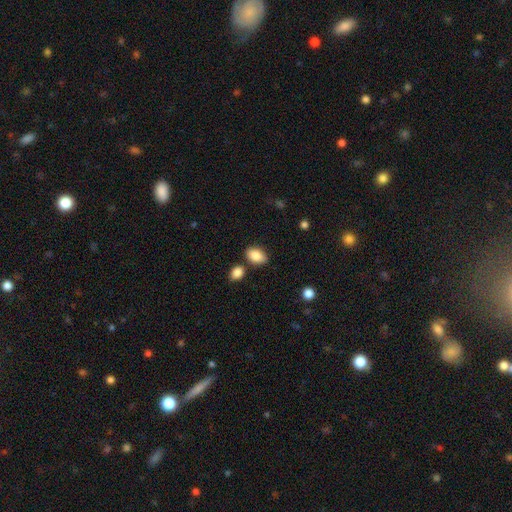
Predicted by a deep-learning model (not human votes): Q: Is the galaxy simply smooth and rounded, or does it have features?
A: smooth — 86%.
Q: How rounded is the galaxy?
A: in between — 88%.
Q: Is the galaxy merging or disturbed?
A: none — 76%.